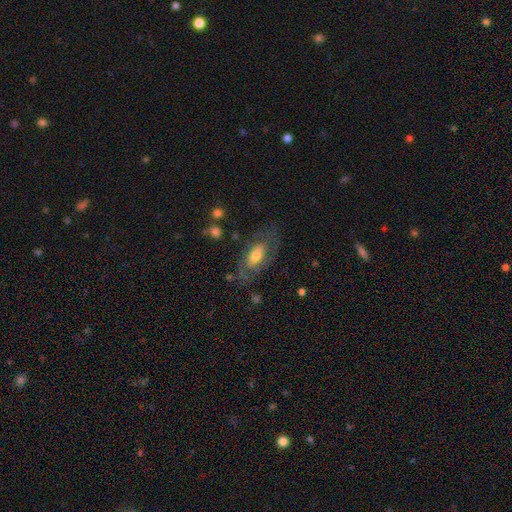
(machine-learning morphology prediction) This is possibly a featured or disk galaxy (56%). It is clearly not viewed edge-on (88%). Merging: likely none (63%).